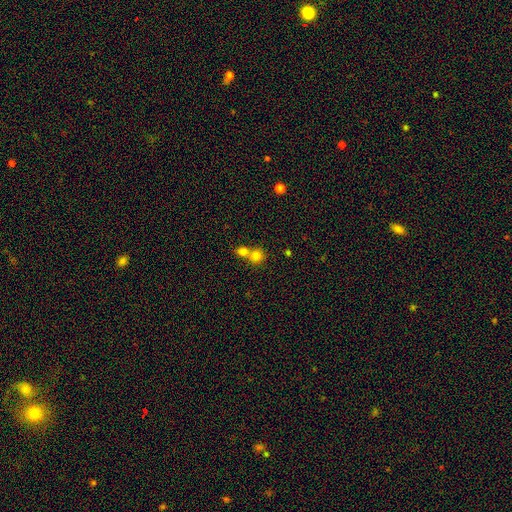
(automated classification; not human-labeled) Overall: smooth (79%). How rounded: round (86%). Merging: merger (49%; none 43%).